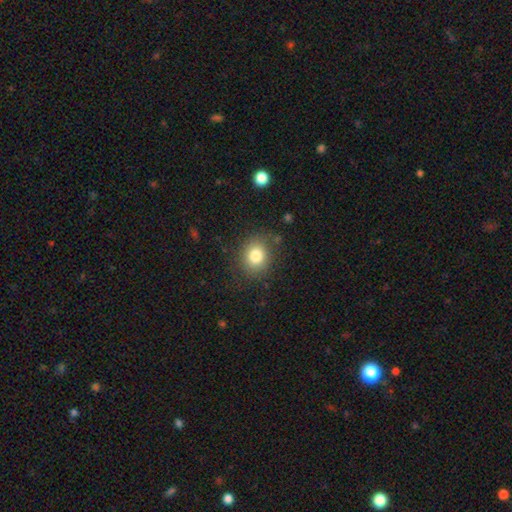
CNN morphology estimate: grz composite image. It shows a smooth galaxy with no disk features (81%) that is round (62%). Merging: none (83%).